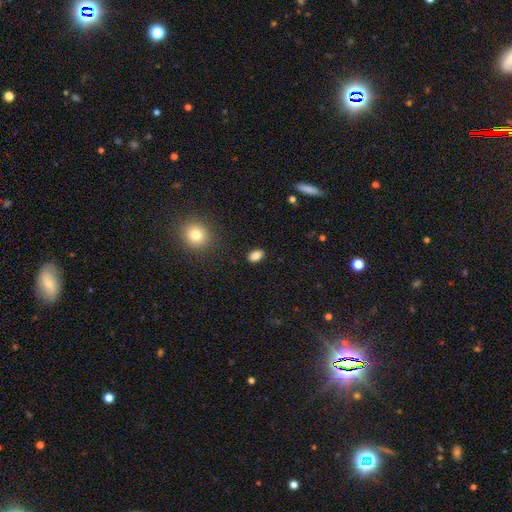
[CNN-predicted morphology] Smooth or featured?
  - smooth: 85% *
  - star or artifact: 10%
  - featured or disk: 5%
How rounded?
  - in between: 86% *
  - round: 12%
  - cigar-shaped: 2%
Merging?
  - none: 88% *
  - minor disturbance: 8%
  - major disturbance: 2%
  - merger: 1%